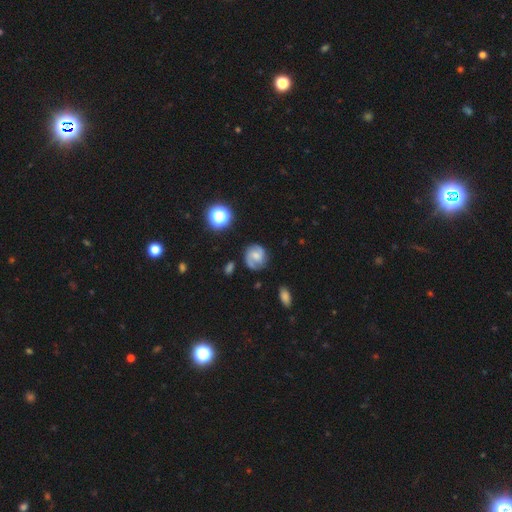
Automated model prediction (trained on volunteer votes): Smooth or featured: featured or disk — 63% (smooth — 27%)
Edge-on disk: no — 98% (yes — 2%)
Bar: no — 54% (weak — 39%)
Spiral arms: yes — 93% (no — 7%)
Spiral winding: medium — 44% (tight — 39%)
Spiral arm count: 2 — 65% (1 — 18%)
Bulge size: small — 43% (moderate — 35%)
Merging: none — 71% (minor disturbance — 19%)